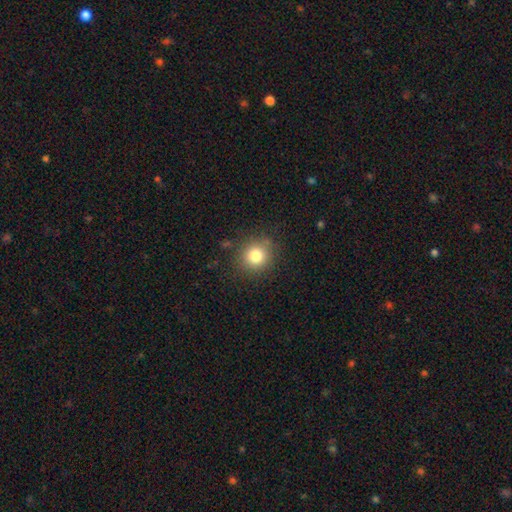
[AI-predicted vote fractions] smooth 81%, star or artifact 12%, featured or disk 7%. Down the decision tree: how rounded — round (87%); merging — none (84%).